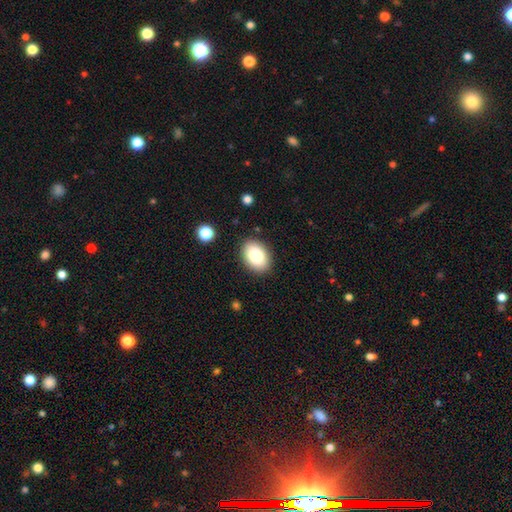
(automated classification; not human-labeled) Smooth or featured?
  - smooth: 82% *
  - featured or disk: 10%
  - star or artifact: 8%
How rounded?
  - in between: 79% *
  - round: 20%
  - cigar-shaped: 1%
Merging?
  - none: 88% *
  - minor disturbance: 8%
  - major disturbance: 2%
  - merger: 1%